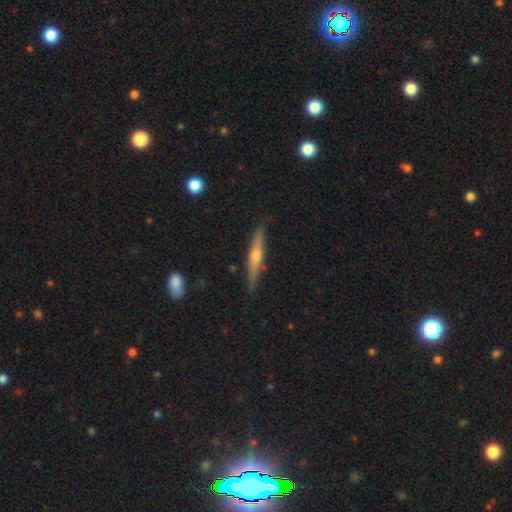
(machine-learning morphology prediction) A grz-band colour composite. It shows a featured or disk galaxy (68%) viewed edge-on (96%) with a rounded central bulge (86%). Merging: none (86%).